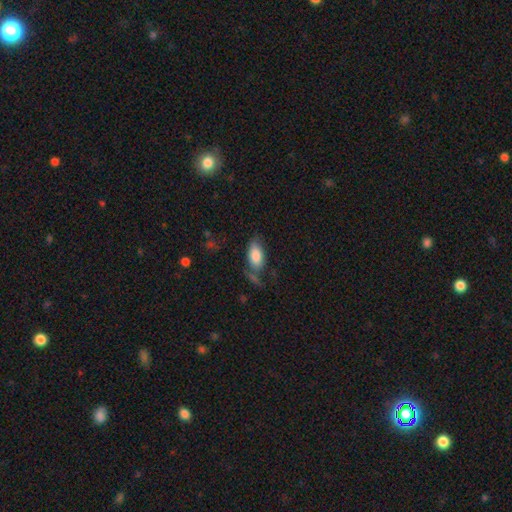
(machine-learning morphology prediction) Smooth or featured: smooth — 82% (featured or disk — 11%)
How rounded: in between — 92% (cigar-shaped — 5%)
Merging: none — 56% (minor disturbance — 25%)